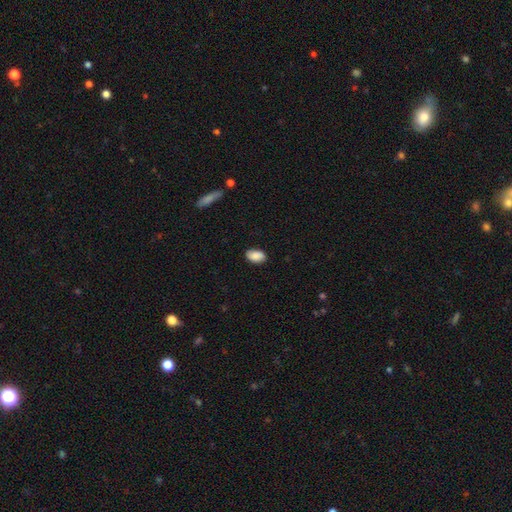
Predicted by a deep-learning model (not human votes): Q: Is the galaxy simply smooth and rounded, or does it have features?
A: smooth — 88%.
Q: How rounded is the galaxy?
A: in between — 91%.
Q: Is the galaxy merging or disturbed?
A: none — 86%.